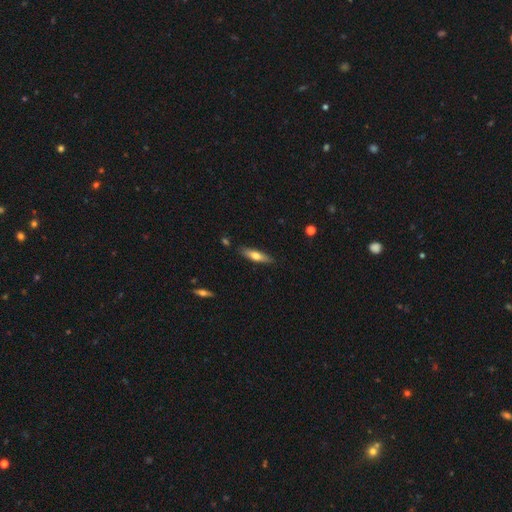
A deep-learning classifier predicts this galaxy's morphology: Q: Smooth or featured?
A: smooth (63%); runner-up: featured or disk (30%)
Q: How rounded?
A: cigar-shaped (64%); runner-up: in between (34%)
Q: Merging?
A: none (85%); runner-up: minor disturbance (11%)